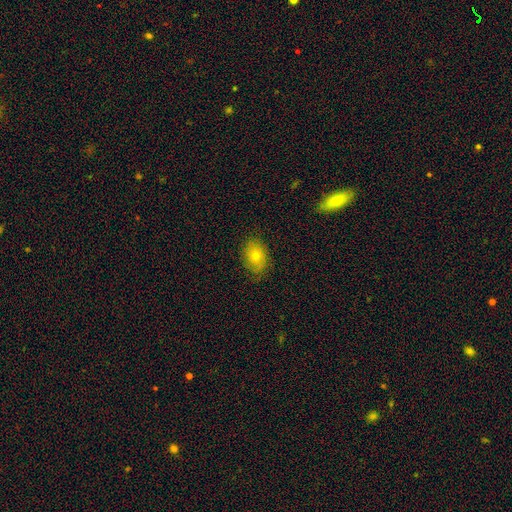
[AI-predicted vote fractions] A smooth galaxy with no disk features (71%) that is in between round and cigar-shaped (76%).

Vote fractions:
- Smooth or featured? smooth: 71% / featured or disk: 19% / star or artifact: 10%
- How rounded? in between: 76% / round: 22% / cigar-shaped: 1%
- Merging? none: 77% / minor disturbance: 18% / major disturbance: 4% / merger: 1%